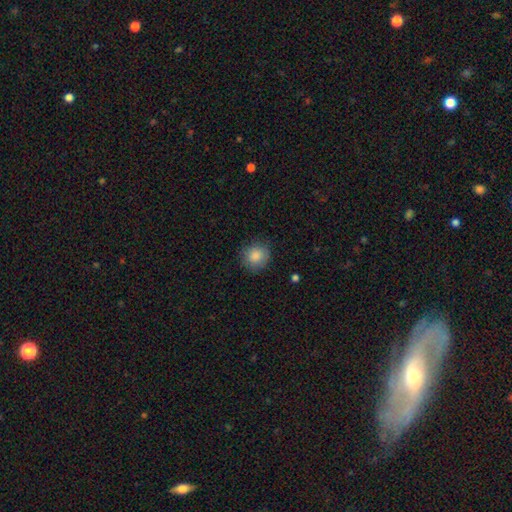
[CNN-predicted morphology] A smooth galaxy with no disk features (86%) that is round (86%). Merging: none (82%).